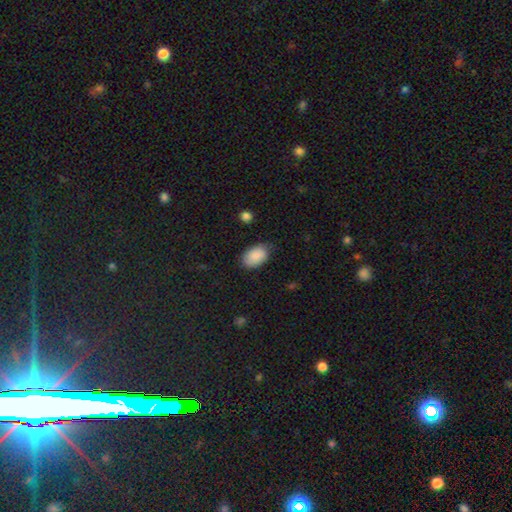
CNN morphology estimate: smooth-or-featured: smooth: 88% | star or artifact: 6% | featured or disk: 6%
  how-rounded: in between: 92% | round: 7% | cigar-shaped: 1%
  merging: none: 74% | minor disturbance: 21% | major disturbance: 4% | merger: 1%